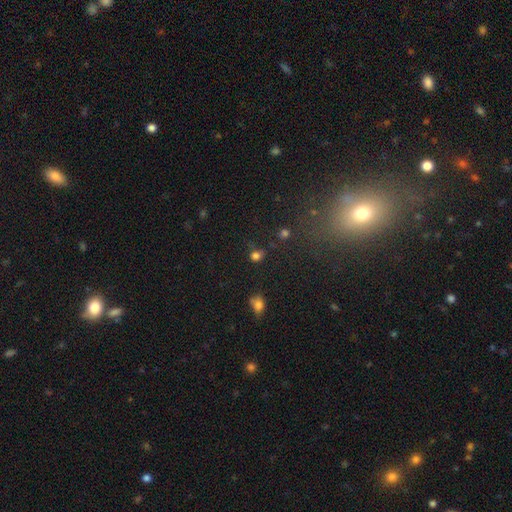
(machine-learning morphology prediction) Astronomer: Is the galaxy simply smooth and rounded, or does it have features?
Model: smooth — 76%.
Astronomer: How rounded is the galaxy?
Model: round — 65%.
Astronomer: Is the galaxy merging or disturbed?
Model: none — 63%.